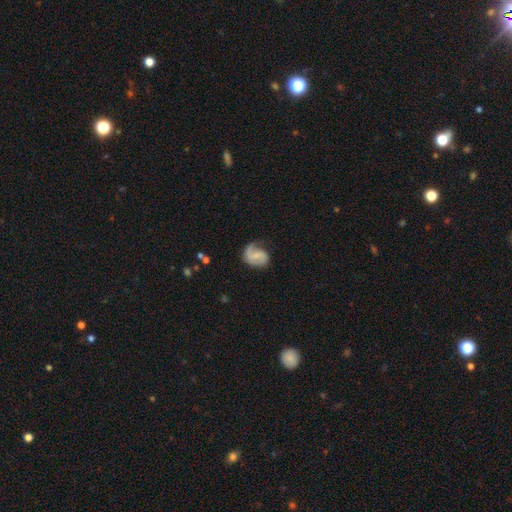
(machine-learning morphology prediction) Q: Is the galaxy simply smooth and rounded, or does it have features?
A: featured or disk — 70%.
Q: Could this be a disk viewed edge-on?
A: no — 98%.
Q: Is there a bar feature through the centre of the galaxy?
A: weak — 46%.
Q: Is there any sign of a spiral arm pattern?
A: yes — 93%.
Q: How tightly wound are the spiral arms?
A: medium — 40%, tied with loose.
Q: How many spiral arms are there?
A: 2 — 56%.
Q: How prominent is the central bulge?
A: none — 47%.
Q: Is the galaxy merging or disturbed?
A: none — 55%.